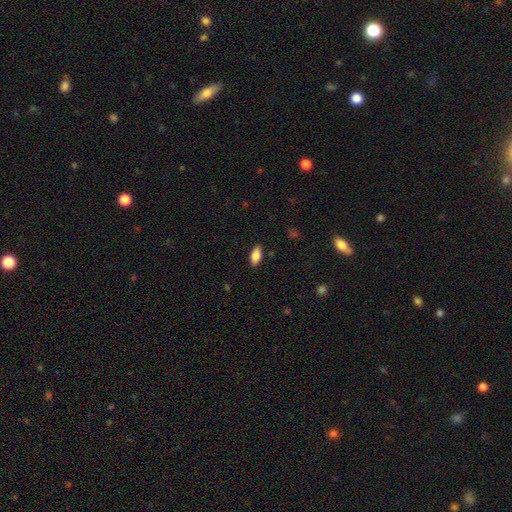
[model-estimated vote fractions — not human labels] Smooth or featured? Predicted: smooth (p=0.80). How rounded? Predicted: in between (p=0.87). Merging? Predicted: none (p=0.88).